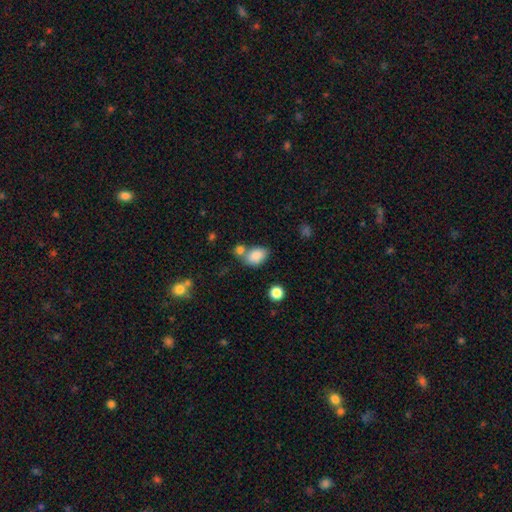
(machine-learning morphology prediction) This is clearly a smooth galaxy (84%). How rounded: likely in between (79%). Merging: possibly none (50%).